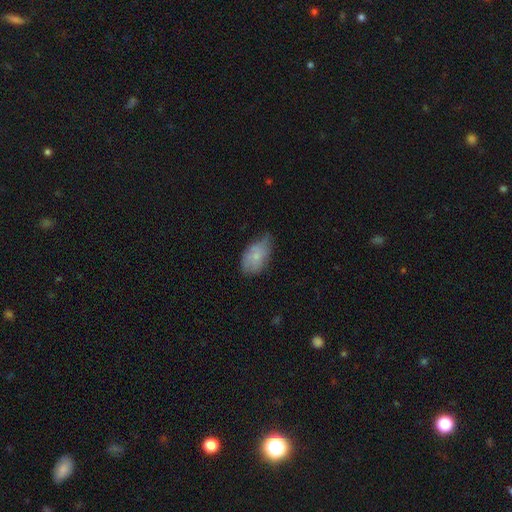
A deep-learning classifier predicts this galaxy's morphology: smooth 72%, featured or disk 20%, star or artifact 8%. Down the decision tree: how rounded — in between (92%); merging — minor disturbance (45%).